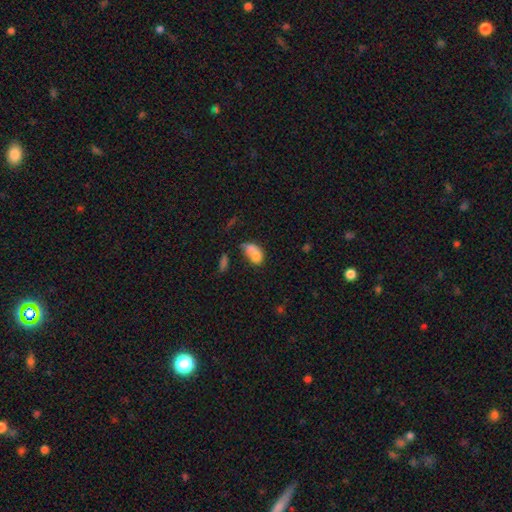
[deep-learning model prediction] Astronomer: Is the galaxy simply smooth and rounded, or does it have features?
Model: smooth — 73%.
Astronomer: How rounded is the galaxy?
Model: in between — 73%.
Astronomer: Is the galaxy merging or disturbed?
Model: merger — 52%.